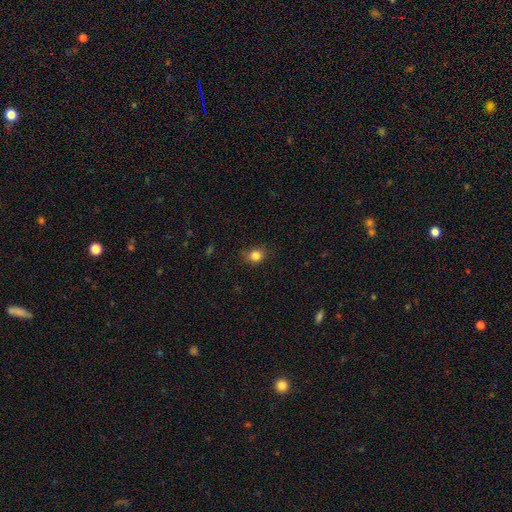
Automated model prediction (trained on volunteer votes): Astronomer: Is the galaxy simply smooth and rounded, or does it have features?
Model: smooth — 83%.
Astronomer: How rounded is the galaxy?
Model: round — 66%.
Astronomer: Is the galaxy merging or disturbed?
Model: none — 82%.